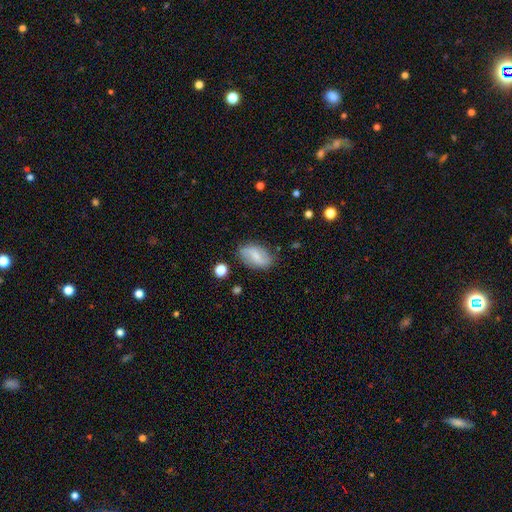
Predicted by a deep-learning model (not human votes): This appears to be a smooth galaxy with no disk features (51%) that is in between round and cigar-shaped (89%). Merging: none (78%).